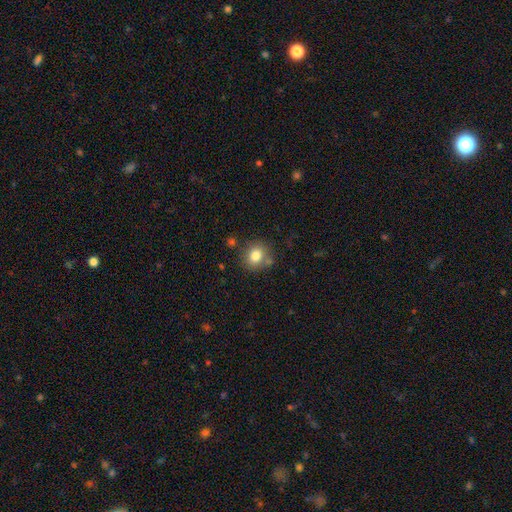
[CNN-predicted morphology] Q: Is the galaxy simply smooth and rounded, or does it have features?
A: smooth — 80%.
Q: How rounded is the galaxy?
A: round — 73%.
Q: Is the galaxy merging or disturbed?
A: none — 75%.